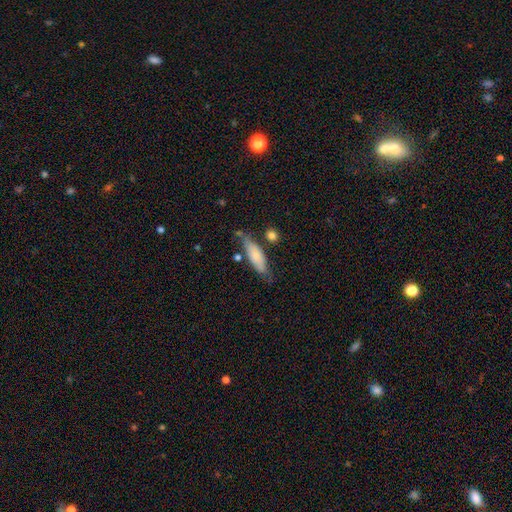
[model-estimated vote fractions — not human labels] Smooth or featured? smooth (69%)
How rounded? cigar-shaped (53%)
Merging? none (64%)